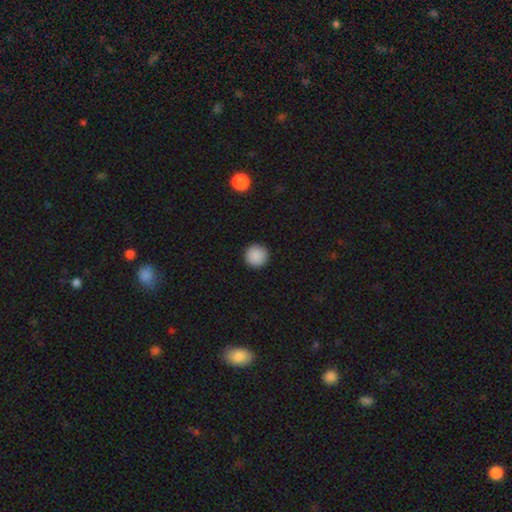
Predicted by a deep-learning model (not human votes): Morphology: type=smooth (89%); roundness=round (96%); merging=none (93%).